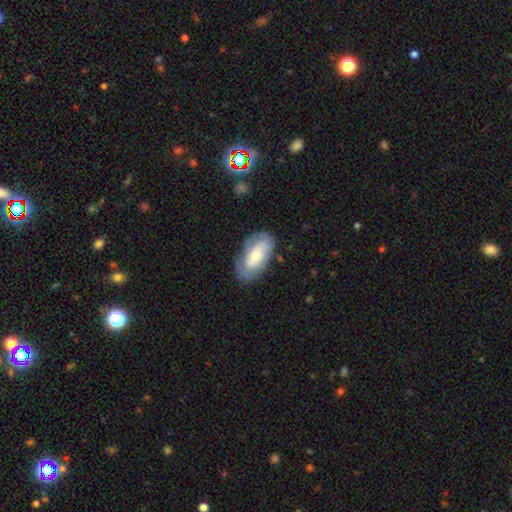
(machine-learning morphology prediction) Overall: smooth (47%, tied with featured or disk). Merging: none (72%).